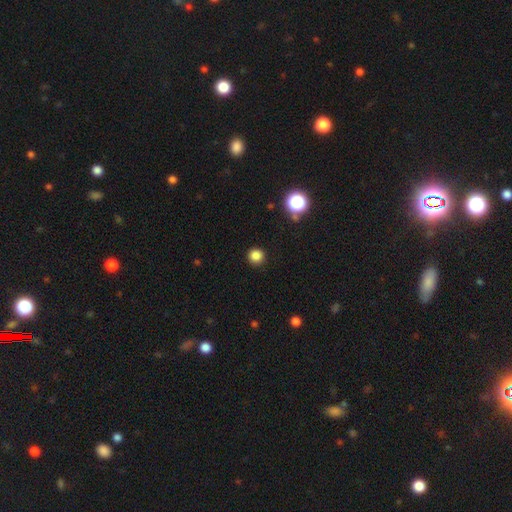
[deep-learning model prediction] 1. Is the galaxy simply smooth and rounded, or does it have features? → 83% smooth, 14% star or artifact, 3% featured or disk.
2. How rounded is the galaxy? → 94% round, 5% in between, 1% cigar-shaped.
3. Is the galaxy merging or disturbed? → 91% none, 5% minor disturbance, 2% major disturbance, 1% merger.